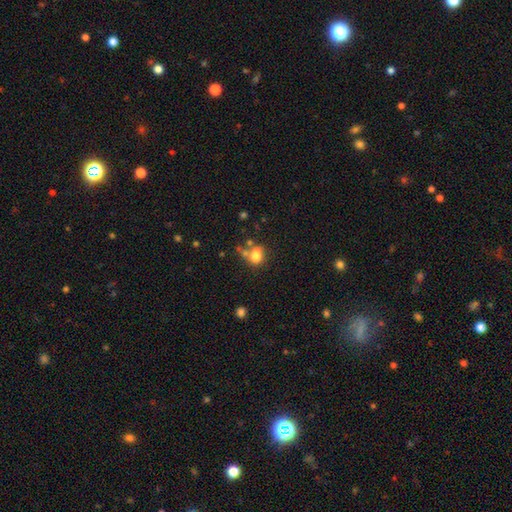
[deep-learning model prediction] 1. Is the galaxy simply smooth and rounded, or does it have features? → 76% smooth, 12% featured or disk, 12% star or artifact.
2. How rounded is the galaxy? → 66% round, 33% in between, 1% cigar-shaped.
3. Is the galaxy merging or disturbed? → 49% none, 25% merger, 18% minor disturbance, 8% major disturbance.